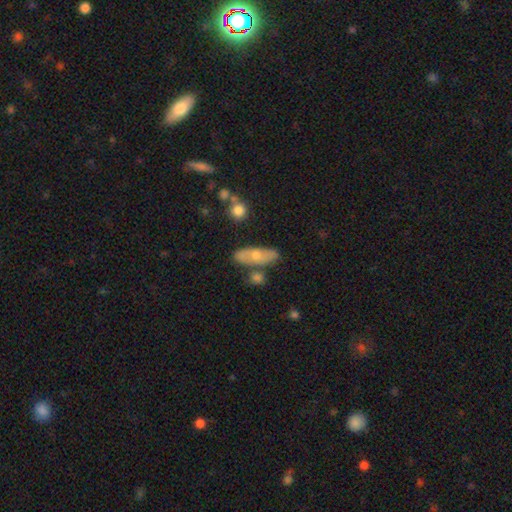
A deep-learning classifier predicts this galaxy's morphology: A smooth galaxy with no disk features (59%) that is in between round and cigar-shaped (58%).

Vote fractions:
- Smooth or featured? smooth: 59% / featured or disk: 34% / star or artifact: 7%
- How rounded? in between: 58% / cigar-shaped: 37% / round: 5%
- Merging? none: 70% / minor disturbance: 15% / merger: 11% / major disturbance: 4%